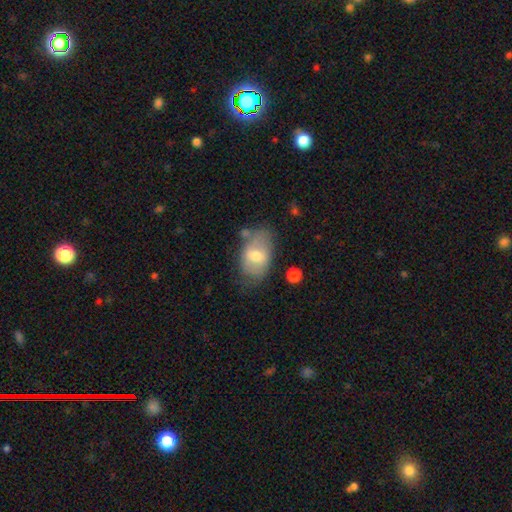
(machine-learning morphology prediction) This appears to be a smooth galaxy with no disk features (59%) that is in between round and cigar-shaped (88%). Merging: none (60%).